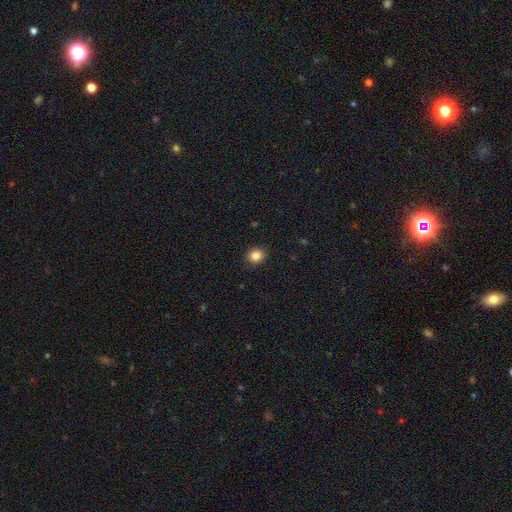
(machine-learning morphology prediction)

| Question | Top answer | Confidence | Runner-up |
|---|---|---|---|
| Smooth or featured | smooth | 86% | star or artifact (10%) |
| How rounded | round | 75% | in between (24%) |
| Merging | none | 89% | minor disturbance (8%) |